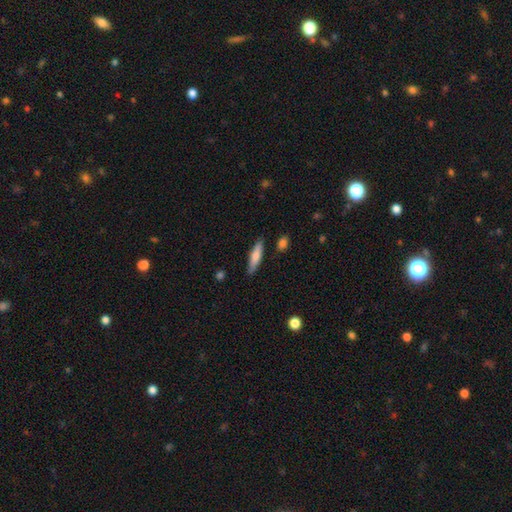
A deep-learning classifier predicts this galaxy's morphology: A smooth galaxy with no disk features (69%) that is cigar-shaped (79%). Merging: none (86%).